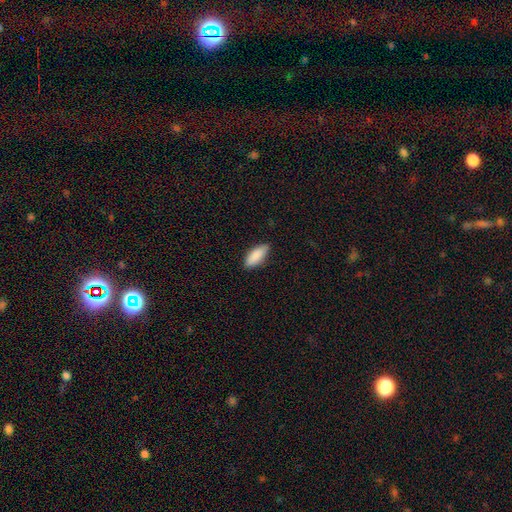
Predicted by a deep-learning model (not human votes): Q: Smooth or featured?
A: smooth (89%); runner-up: star or artifact (6%)
Q: How rounded?
A: in between (79%); runner-up: cigar-shaped (20%)
Q: Merging?
A: none (84%); runner-up: minor disturbance (13%)